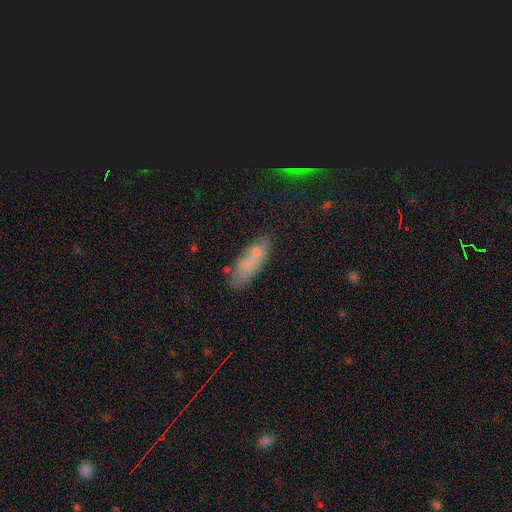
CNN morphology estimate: smooth 68%, featured or disk 20%, star or artifact 11%. Down the decision tree: how rounded — in between (58%); merging — none (58%).